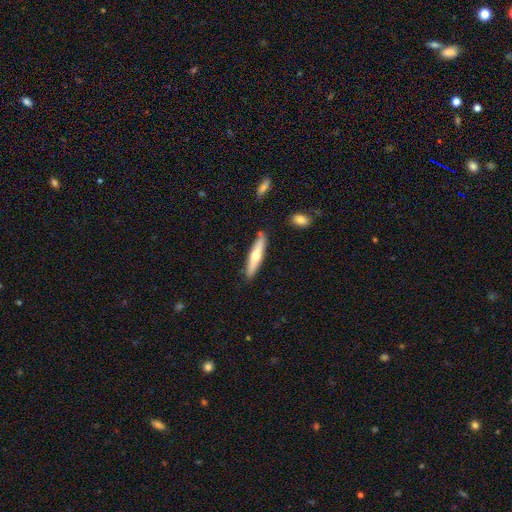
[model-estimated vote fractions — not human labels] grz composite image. It shows a smooth galaxy with no disk features (53%) that is cigar-shaped (85%). Merging: none (86%).